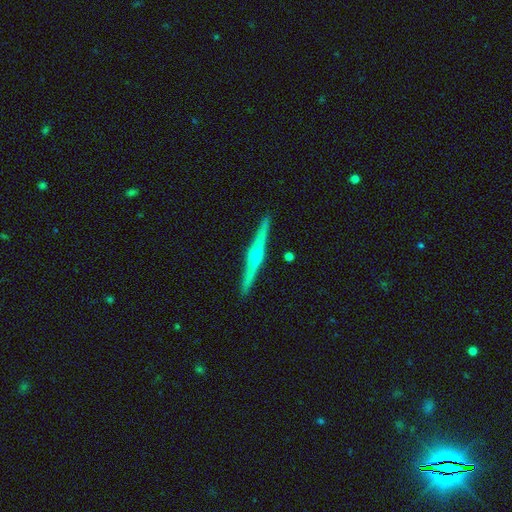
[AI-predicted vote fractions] smooth_or_featured: featured or disk (p=0.80) [alt: smooth p=0.15]
disk_edge_on: yes (p=0.98) [alt: no p=0.02]
edge_on_bulge: rounded (p=0.83) [alt: boxy p=0.08]
merging: none (p=0.92) [alt: minor disturbance p=0.05]